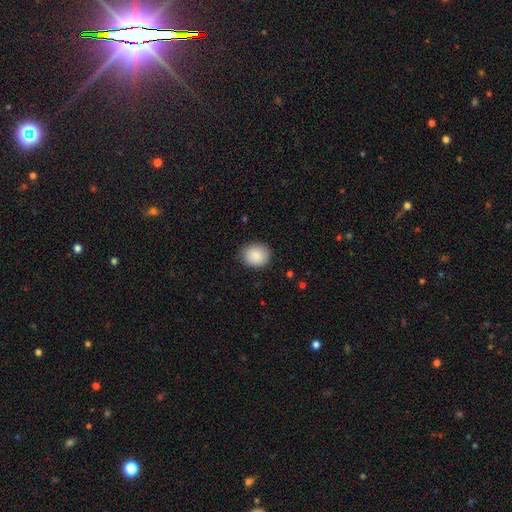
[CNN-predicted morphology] smooth_or_featured: smooth (p=0.89) [alt: star or artifact p=0.07]
how_rounded: round (p=0.64) [alt: in between p=0.36]
merging: none (p=0.86) [alt: minor disturbance p=0.11]